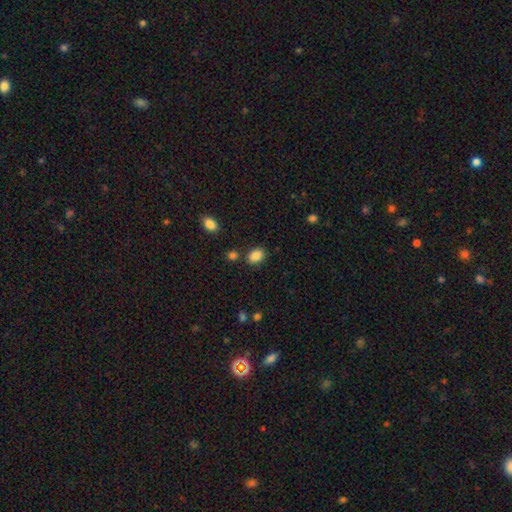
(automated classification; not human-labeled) Smooth or featured: smooth — 87% (star or artifact — 9%)
How rounded: in between — 78% (round — 21%)
Merging: none — 80% (minor disturbance — 12%)